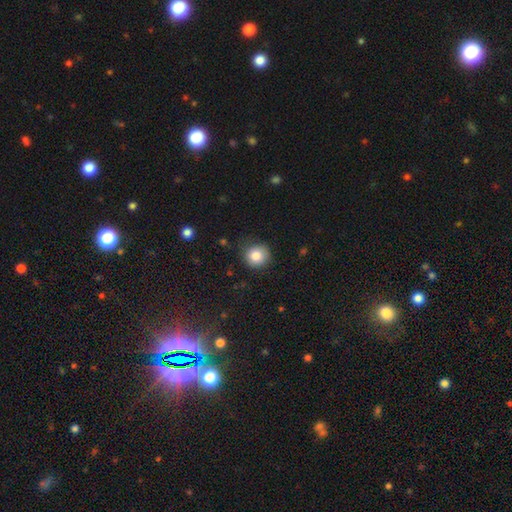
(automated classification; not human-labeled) Morphology: type=smooth (83%); roundness=round (92%); merging=none (83%).